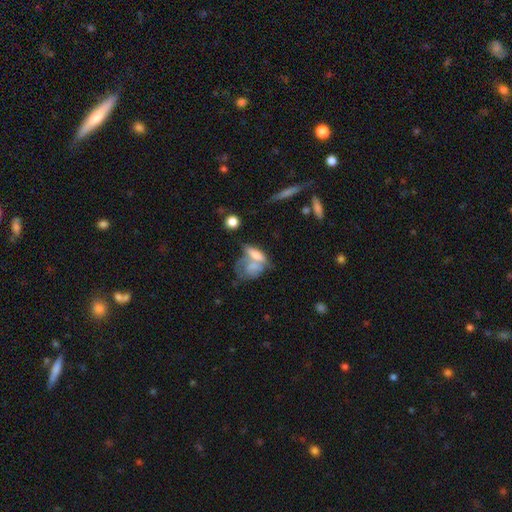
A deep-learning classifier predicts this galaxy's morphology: This is possibly a smooth galaxy (53%). How rounded: likely in between (70%). Merging: possibly merger (53%).